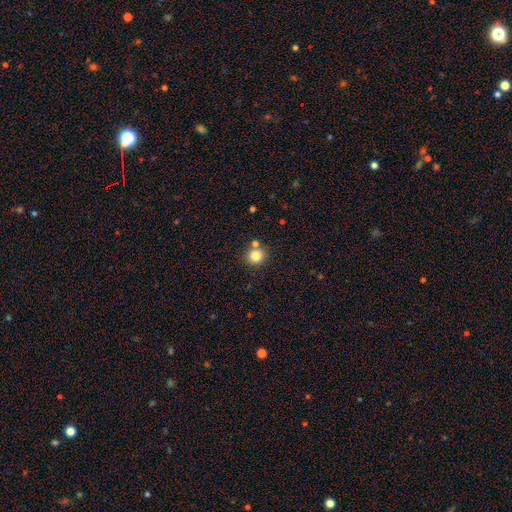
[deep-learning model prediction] Morphology: type=smooth (81%); roundness=round (89%); merging=none (76%).